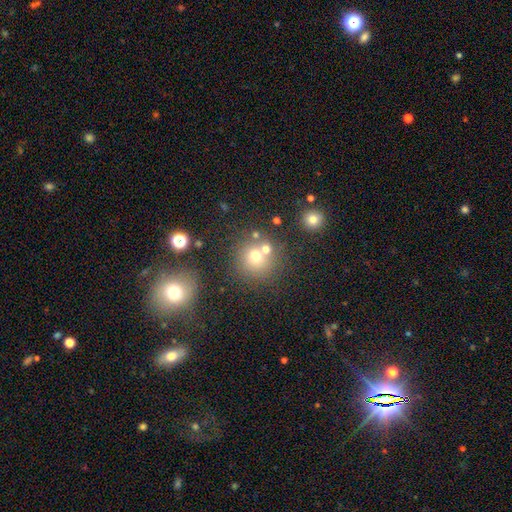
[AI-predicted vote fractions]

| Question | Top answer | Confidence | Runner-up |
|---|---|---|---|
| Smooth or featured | smooth | 68% | star or artifact (17%) |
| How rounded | round | 89% | in between (10%) |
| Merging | none | 60% | merger (27%) |